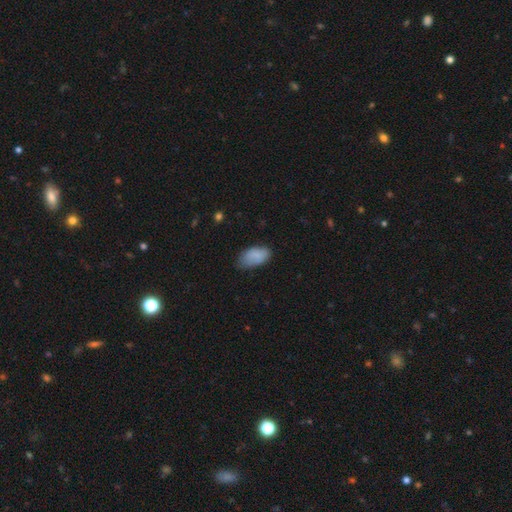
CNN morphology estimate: Smooth or featured? smooth (85%)
How rounded? in between (94%)
Merging? none (64%)